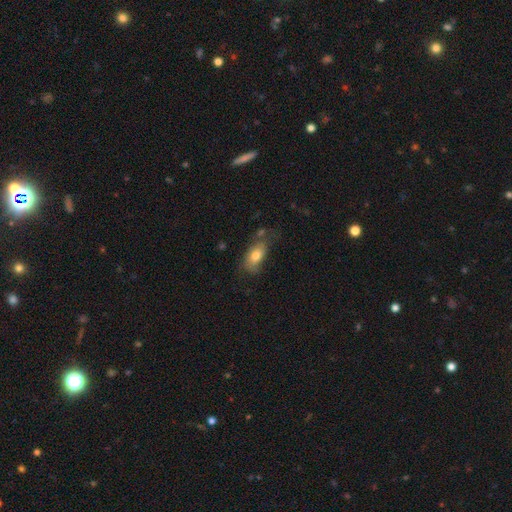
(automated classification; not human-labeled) This appears to be a smooth galaxy with no disk features (74%) that is in between round and cigar-shaped (87%). Merging: none (57%).